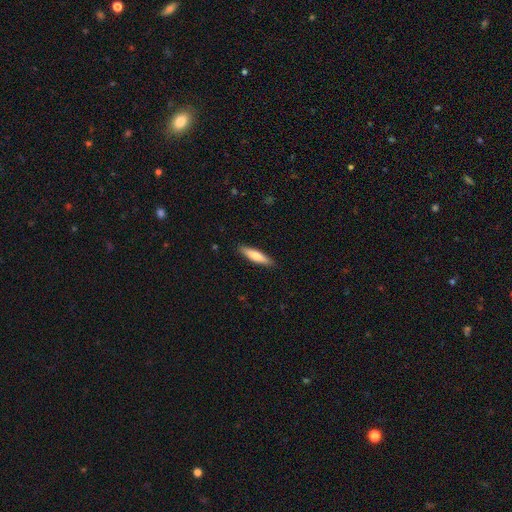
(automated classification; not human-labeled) This is likely a smooth galaxy (72%). How rounded: likely cigar-shaped (76%). Merging: clearly none (90%).